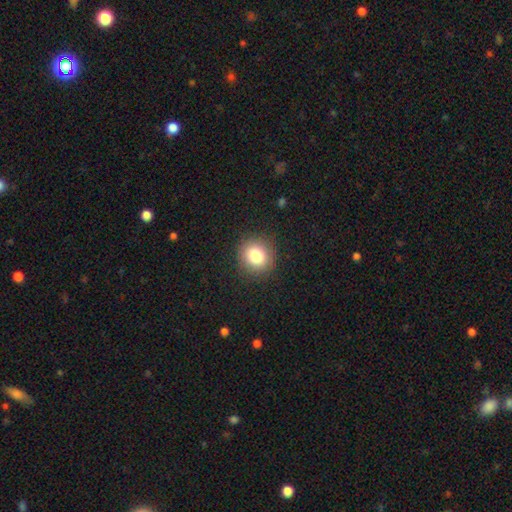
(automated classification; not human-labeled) Smooth or featured?
  - smooth: 82% *
  - star or artifact: 10%
  - featured or disk: 7%
How rounded?
  - round: 84% *
  - in between: 15%
  - cigar-shaped: 1%
Merging?
  - none: 88% *
  - minor disturbance: 8%
  - major disturbance: 3%
  - merger: 1%